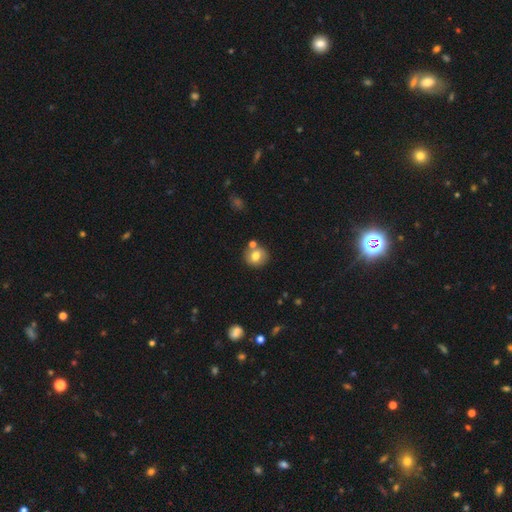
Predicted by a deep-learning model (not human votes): smooth_or_featured: smooth (p=0.74) [alt: featured or disk p=0.16]
how_rounded: round (p=0.83) [alt: in between p=0.16]
merging: none (p=0.71) [alt: merger p=0.15]